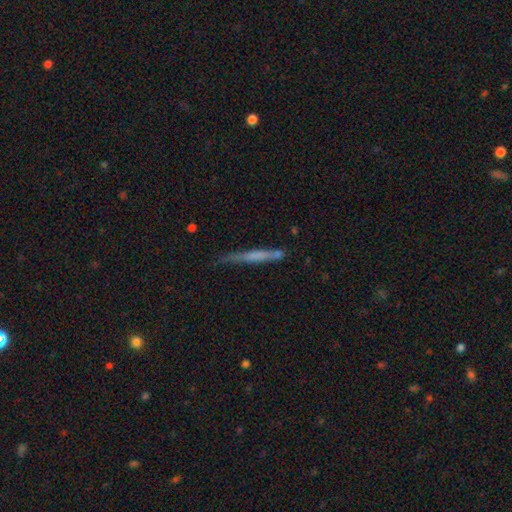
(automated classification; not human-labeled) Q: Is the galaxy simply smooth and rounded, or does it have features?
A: smooth — 53%.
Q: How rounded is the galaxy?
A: cigar-shaped — 95%.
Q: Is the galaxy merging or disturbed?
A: none — 65%.